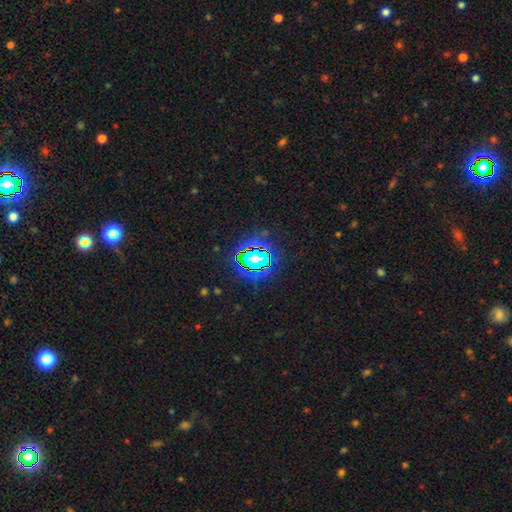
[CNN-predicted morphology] Smooth or featured?
  - star or artifact: 68% *
  - smooth: 18%
  - featured or disk: 13%